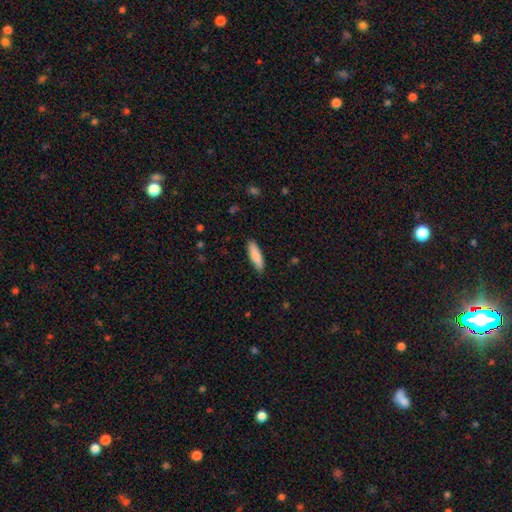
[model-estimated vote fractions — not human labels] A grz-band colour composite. It shows a smooth galaxy with no disk features (84%) that is cigar-shaped (58%). Merging: none (88%).